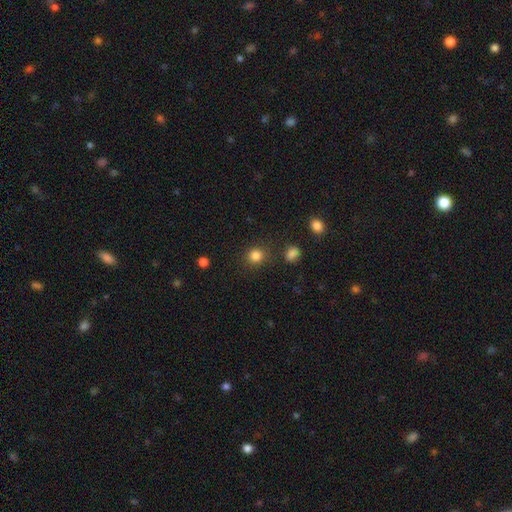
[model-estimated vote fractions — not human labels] This is clearly a smooth galaxy (84%). How rounded: clearly round (87%). Merging: clearly none (85%).